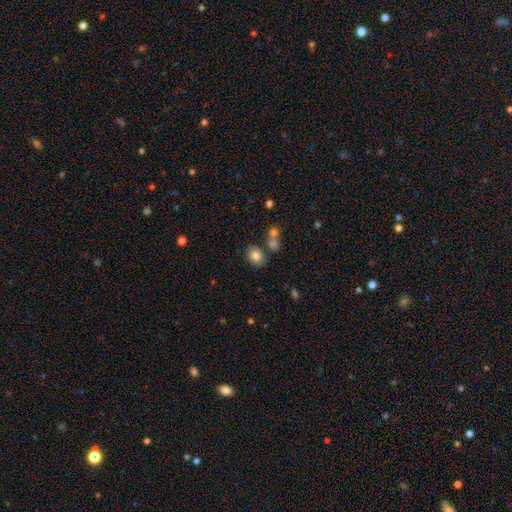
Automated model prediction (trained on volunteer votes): smooth-or-featured: smooth: 80% | featured or disk: 10% | star or artifact: 10%
  how-rounded: in between: 58% | round: 41% | cigar-shaped: 1%
  merging: none: 71% | minor disturbance: 13% | merger: 12% | major disturbance: 4%